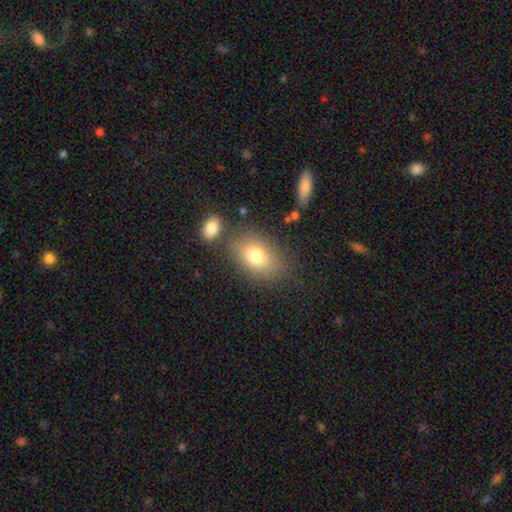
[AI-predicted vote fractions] Smooth or featured? smooth (76%)
How rounded? in between (78%)
Merging? none (75%)